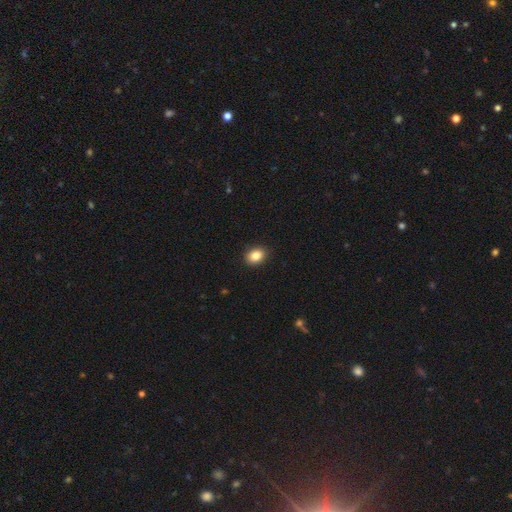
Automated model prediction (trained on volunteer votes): This is clearly a smooth galaxy (85%). How rounded: likely in between (63%). Merging: clearly none (89%).